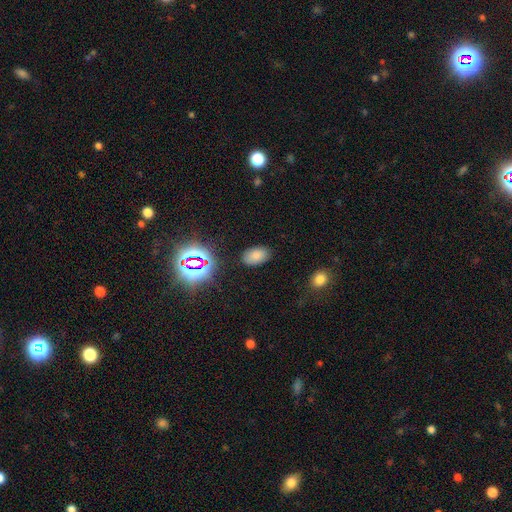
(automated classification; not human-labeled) This appears to be a smooth galaxy with no disk features (78%) that is in between round and cigar-shaped (92%). Merging: none (85%).